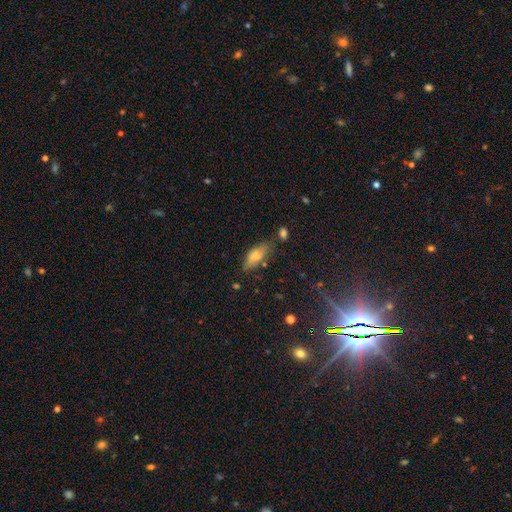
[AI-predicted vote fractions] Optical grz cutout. It shows a smooth galaxy with no disk features (72%) that is in between round and cigar-shaped (81%). Merging: none (65%).